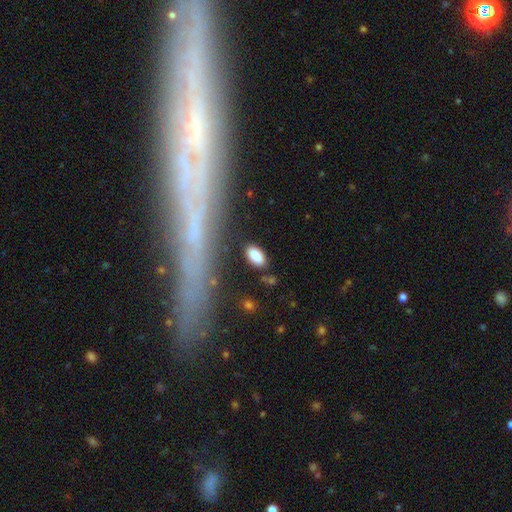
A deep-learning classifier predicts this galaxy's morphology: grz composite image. It shows a smooth galaxy with no disk features (85%) that is in between round and cigar-shaped (93%). Merging: none (80%).